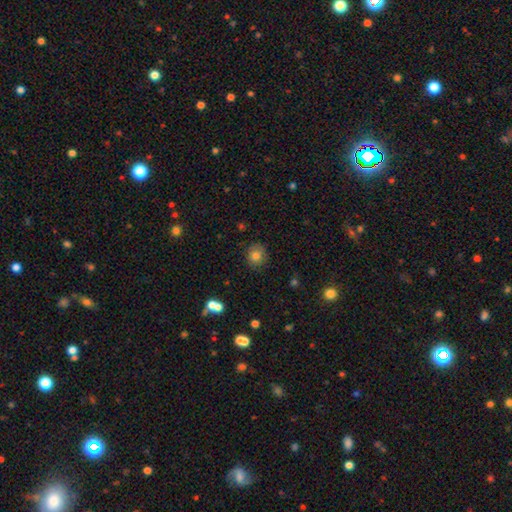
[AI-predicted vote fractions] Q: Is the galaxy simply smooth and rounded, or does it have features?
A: smooth — 79%.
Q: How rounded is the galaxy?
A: round — 82%.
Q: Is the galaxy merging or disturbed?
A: none — 84%.